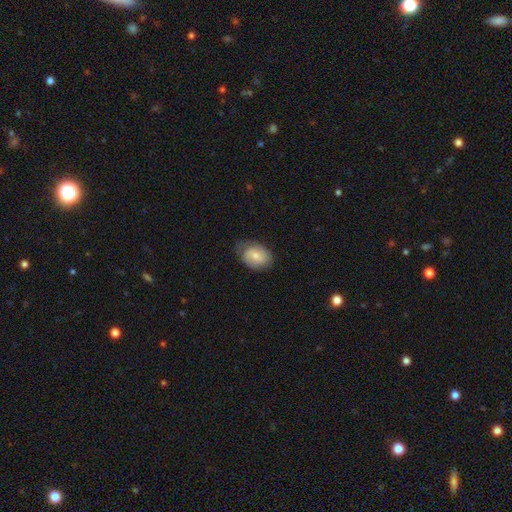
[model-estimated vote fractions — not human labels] smooth_or_featured: smooth (p=0.60) [alt: featured or disk p=0.33]
how_rounded: in between (p=0.75) [alt: round p=0.23]
merging: none (p=0.62) [alt: minor disturbance p=0.28]